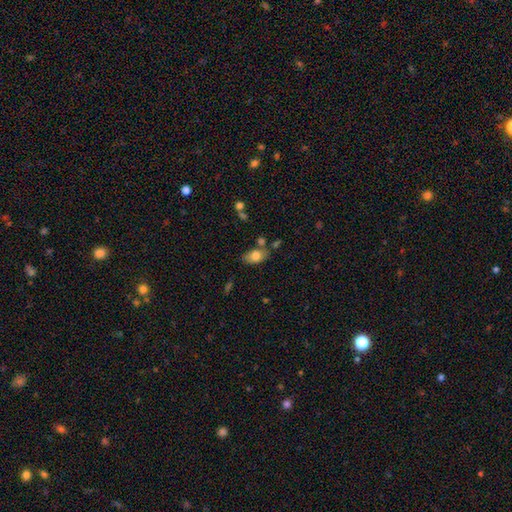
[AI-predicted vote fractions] Morphology: type=smooth (79%); roundness=in between (89%); merging=none (64%).